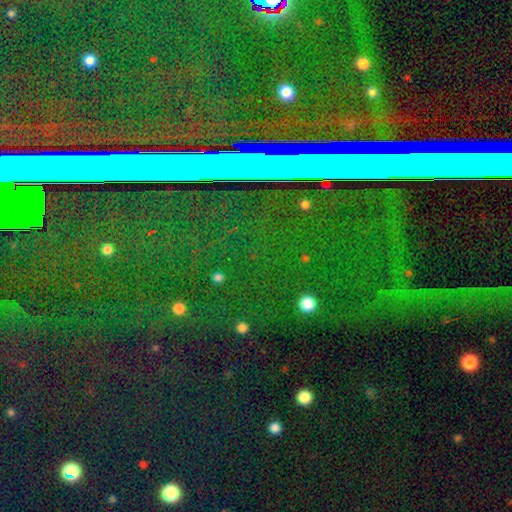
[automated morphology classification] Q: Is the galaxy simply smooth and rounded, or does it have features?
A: star or artifact — 85%.